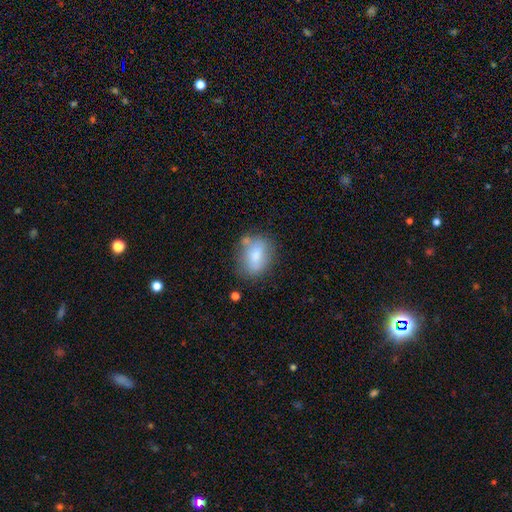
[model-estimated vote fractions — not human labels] smooth 76%, featured or disk 17%, star or artifact 8%. Down the decision tree: how rounded — in between (75%); merging — none (59%).